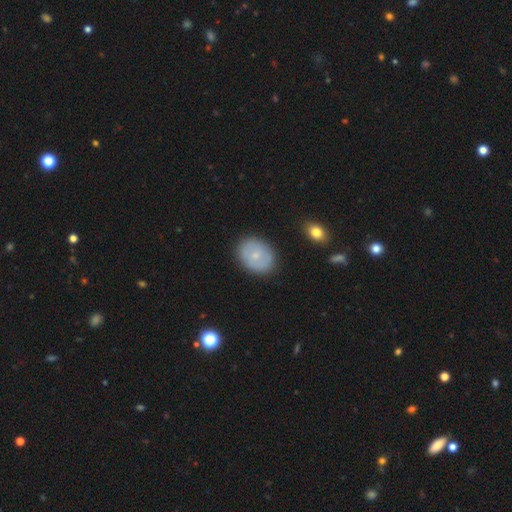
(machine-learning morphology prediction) This appears to be a smooth galaxy with no disk features (60%) that is in between round and cigar-shaped (59%). Merging: none (85%).